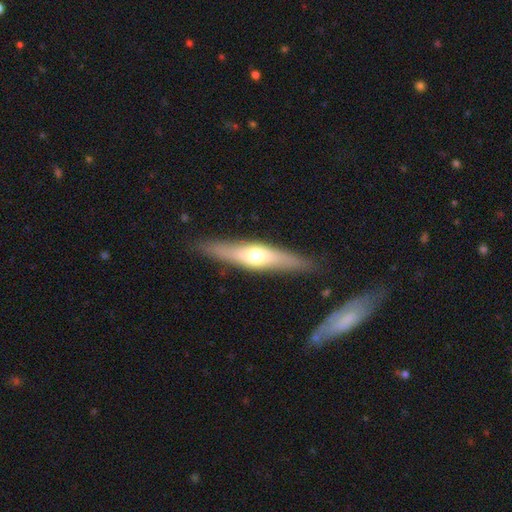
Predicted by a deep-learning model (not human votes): A featured or disk galaxy (54%) viewed edge-on (86%).

Vote fractions:
- Smooth or featured? featured or disk: 54% / smooth: 40% / star or artifact: 6%
- Edge-on disk? yes: 86% / no: 14%
- Merging? none: 87% / minor disturbance: 9% / major disturbance: 2% / merger: 2%